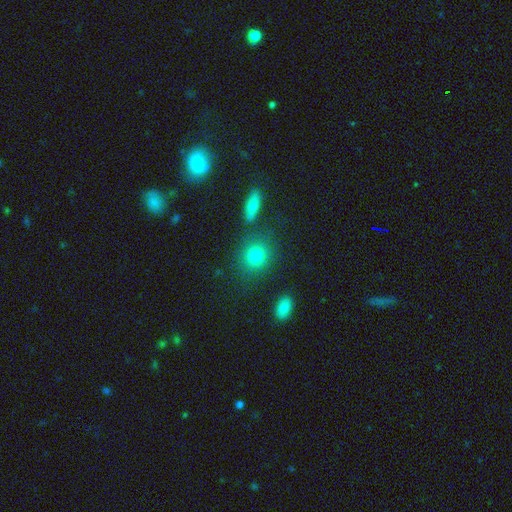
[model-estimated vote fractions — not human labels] This appears to be a smooth galaxy with no disk features (80%) that is round (75%). Merging: none (76%).